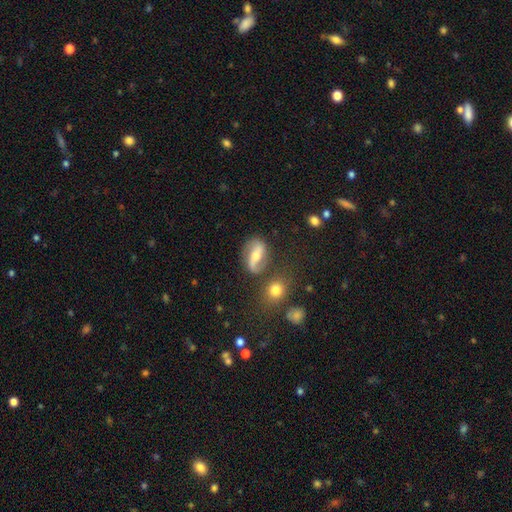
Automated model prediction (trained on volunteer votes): This is likely a featured or disk galaxy (68%). It is clearly not viewed edge-on (92%). Bar: possibly strong (49%). Spiral arm pattern: clearly yes (85%). Spiral arm count: clearly 2 (88%). Spiral winding: possibly loose (57%). Central bulge: possibly moderate (58%). Merging: likely none (71%).